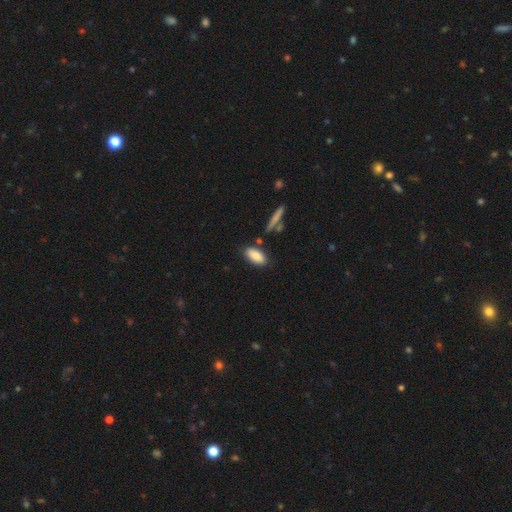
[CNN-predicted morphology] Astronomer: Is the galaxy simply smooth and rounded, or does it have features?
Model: smooth — 86%.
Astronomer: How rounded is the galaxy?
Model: in between — 85%.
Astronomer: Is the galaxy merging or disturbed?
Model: none — 79%.